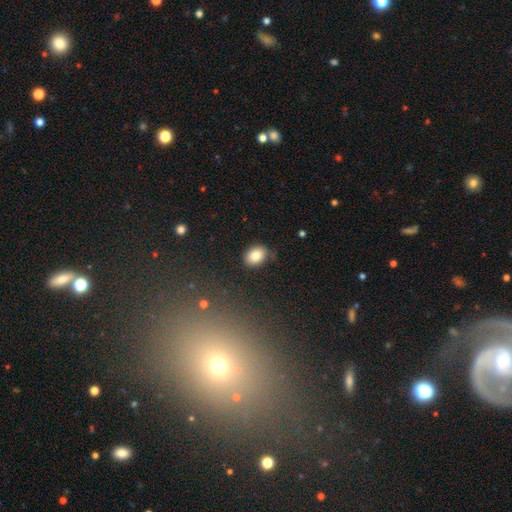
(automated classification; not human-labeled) smooth_or_featured: smooth (p=0.84) [alt: star or artifact p=0.09]
how_rounded: in between (p=0.68) [alt: round p=0.31]
merging: none (p=0.81) [alt: minor disturbance p=0.14]